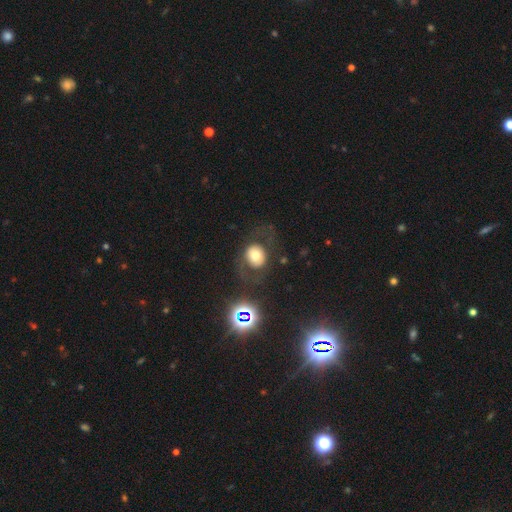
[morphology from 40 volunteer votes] Q: Smooth or featured?
A: smooth (48%); runner-up: featured or disk (40%)
Q: How rounded?
A: round (74%); runner-up: in between (26%)
Q: Merging?
A: none (69%); runner-up: major disturbance (20%)